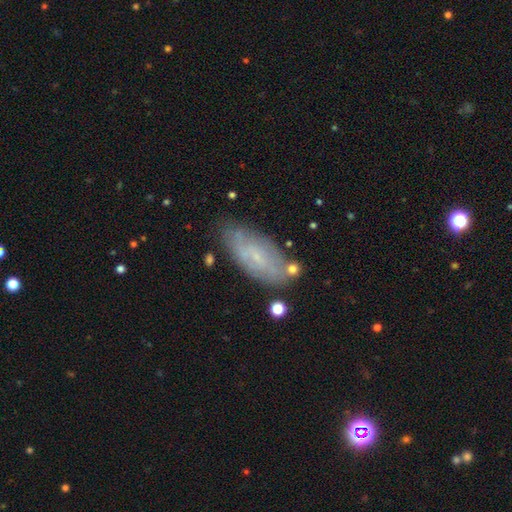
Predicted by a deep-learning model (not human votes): Q: Smooth or featured?
A: featured or disk (47%); runner-up: smooth (44%)
Q: Merging?
A: none (69%); runner-up: minor disturbance (20%)